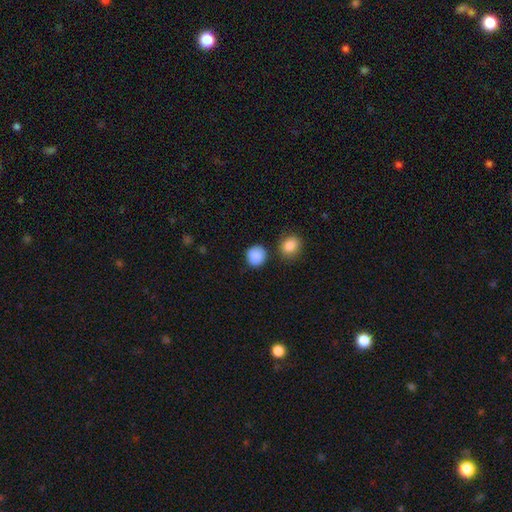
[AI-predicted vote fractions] smooth-or-featured: smooth: 88% | star or artifact: 8% | featured or disk: 4%
  how-rounded: round: 88% | in between: 11% | cigar-shaped: 1%
  merging: none: 82% | minor disturbance: 10% | merger: 5% | major disturbance: 3%